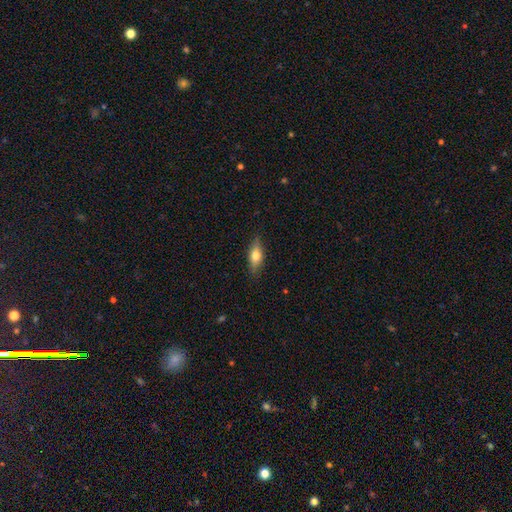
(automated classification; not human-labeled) Smooth or featured?
  - smooth: 59% *
  - featured or disk: 34%
  - star or artifact: 7%
How rounded?
  - in between: 61% *
  - cigar-shaped: 34%
  - round: 4%
Merging?
  - none: 83% *
  - minor disturbance: 13%
  - major disturbance: 3%
  - merger: 1%